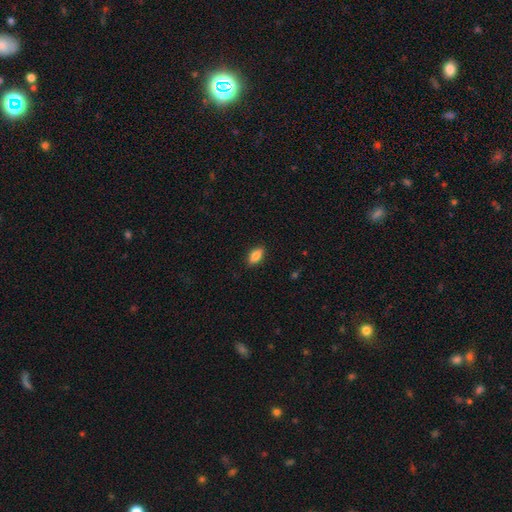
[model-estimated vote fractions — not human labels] smooth-or-featured: smooth: 85% | star or artifact: 8% | featured or disk: 7%
  how-rounded: in between: 89% | cigar-shaped: 7% | round: 4%
  merging: none: 88% | minor disturbance: 9% | major disturbance: 2% | merger: 1%